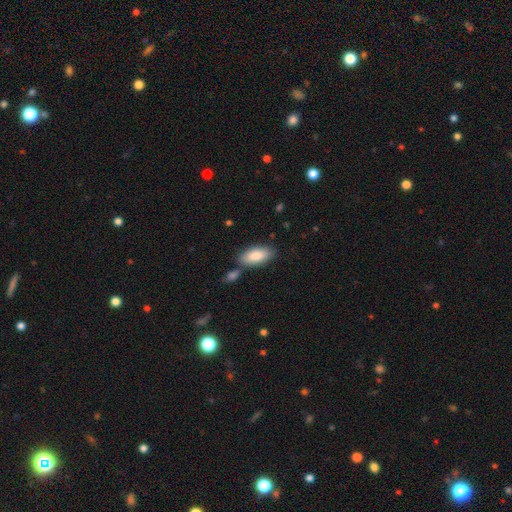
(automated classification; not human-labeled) The model was most divided on "merging": none: 70%, merger: 13%, minor disturbance: 13%, major disturbance: 3%. More confident: how rounded — in between (88%); smooth or featured — smooth (84%).